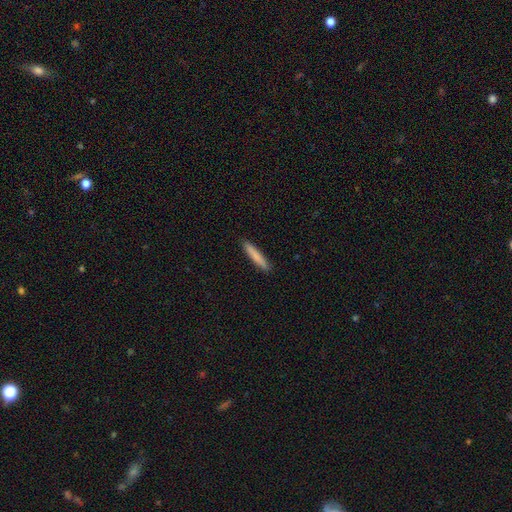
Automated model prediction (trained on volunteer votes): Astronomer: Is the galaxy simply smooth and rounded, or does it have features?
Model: smooth — 82%.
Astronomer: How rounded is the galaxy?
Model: cigar-shaped — 93%.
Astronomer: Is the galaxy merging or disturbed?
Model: none — 91%.